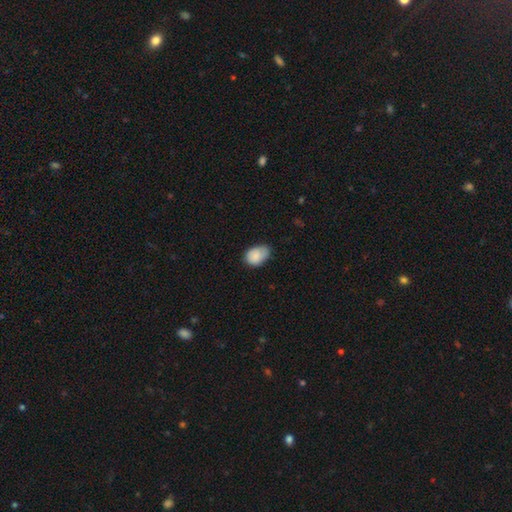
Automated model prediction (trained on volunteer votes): A smooth galaxy with no disk features (84%) that is in between round and cigar-shaped (78%).

Vote fractions:
- Smooth or featured? smooth: 84% / featured or disk: 8% / star or artifact: 7%
- How rounded? in between: 78% / round: 21% / cigar-shaped: 1%
- Merging? none: 50% / minor disturbance: 41% / major disturbance: 7% / merger: 2%